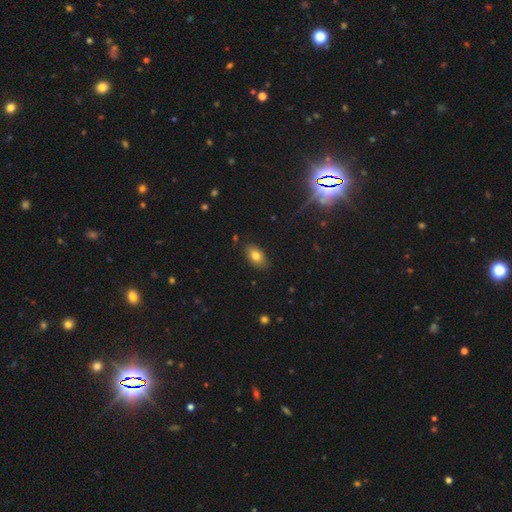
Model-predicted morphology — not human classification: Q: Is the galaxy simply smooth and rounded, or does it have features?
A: smooth — 79%.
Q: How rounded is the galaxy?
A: in between — 89%.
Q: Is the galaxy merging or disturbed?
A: none — 84%.